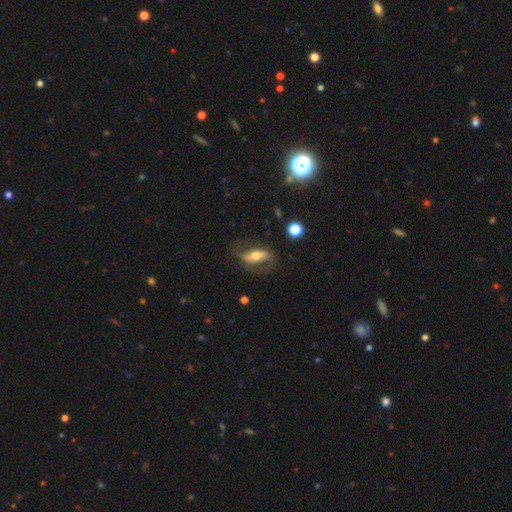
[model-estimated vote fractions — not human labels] This appears to be a featured or disk galaxy (66%) with a strong bar (51%), spiral arms (75%) and a moderate central bulge (62%). Merging: none (65%).